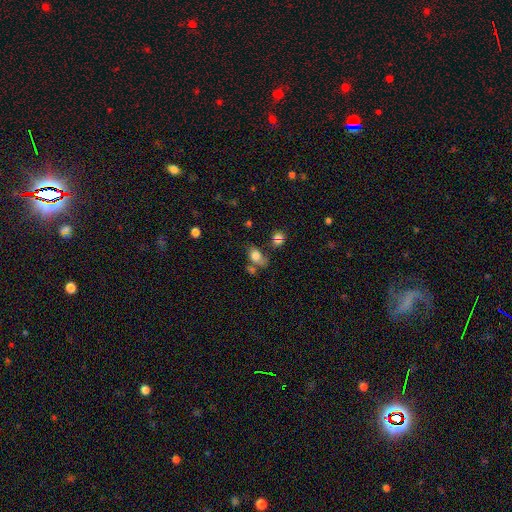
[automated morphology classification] Overall: smooth (73%). How rounded: in between (72%). Merging: none (42%; merger 23%).